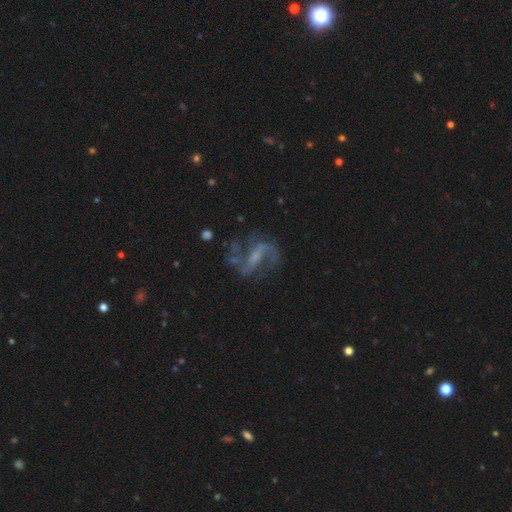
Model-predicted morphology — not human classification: This appears to be a featured or disk galaxy (82%) with a weak bar (44%), 2 (77%) loose (57%) spiral arms (90%) and a small central bulge (47%). Merging: none (58%).